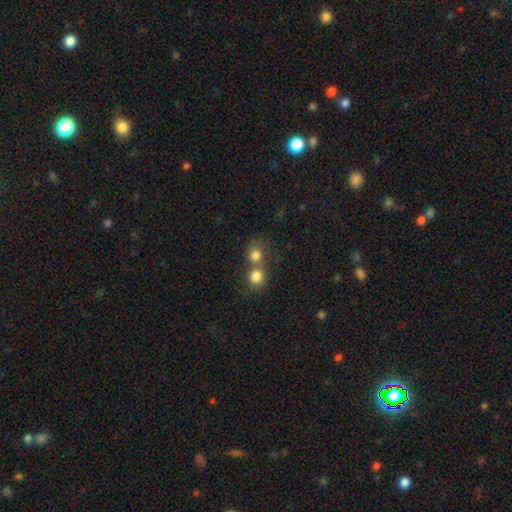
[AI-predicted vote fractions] The model was most divided on "merging": merger: 56%, none: 35%, minor disturbance: 6%, major disturbance: 3%. More confident: smooth or featured — smooth (79%); how rounded — round (79%).